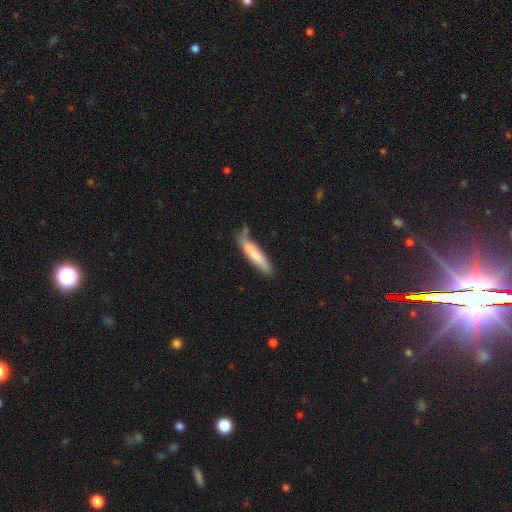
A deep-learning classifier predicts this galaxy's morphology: Overall: smooth (70%). How rounded: cigar-shaped (86%). Merging: none (63%).